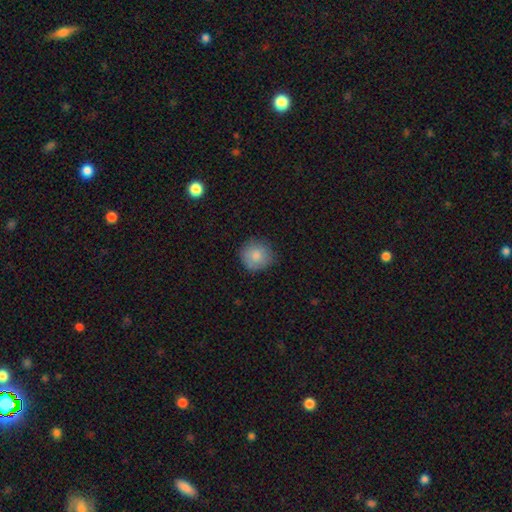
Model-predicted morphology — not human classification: Overall: smooth (83%). How rounded: round (92%). Merging: none (81%).